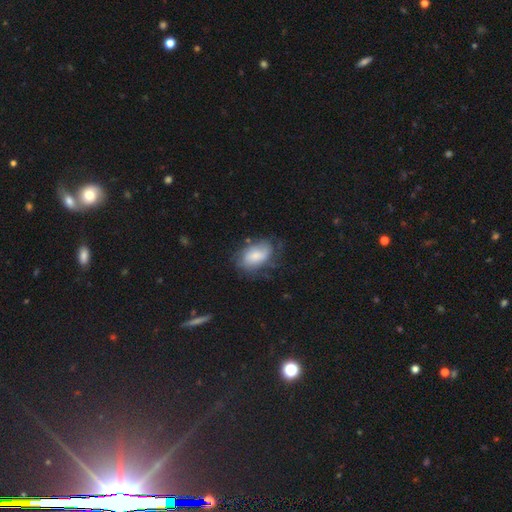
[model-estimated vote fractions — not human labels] Smooth or featured: smooth — 63% (featured or disk — 29%)
How rounded: in between — 89% (round — 9%)
Merging: none — 54% (minor disturbance — 28%)